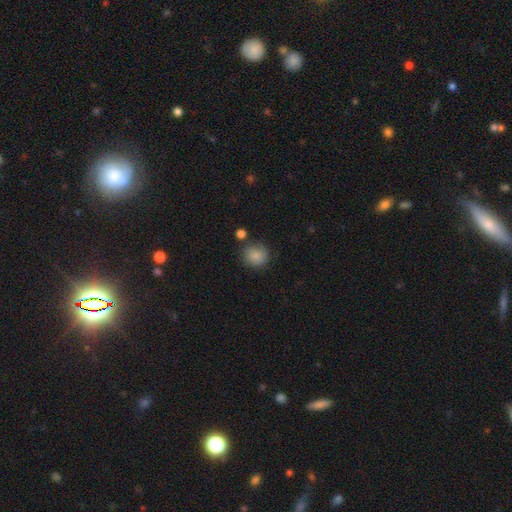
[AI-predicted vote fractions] This is clearly a smooth galaxy (86%). How rounded: clearly round (85%). Merging: likely none (76%).